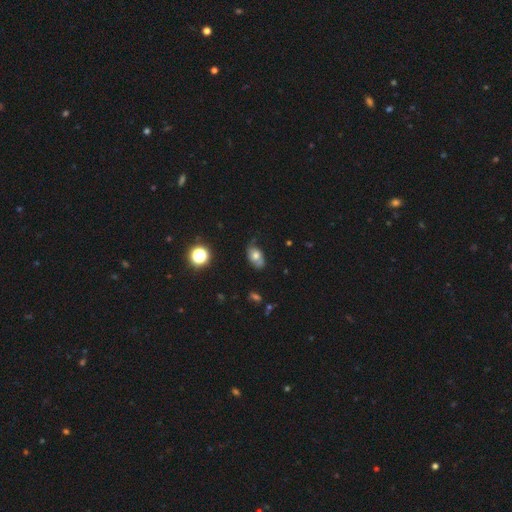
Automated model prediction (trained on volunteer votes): A smooth galaxy with no disk features (58%) that is in between round and cigar-shaped (83%). Merging: none (55%).